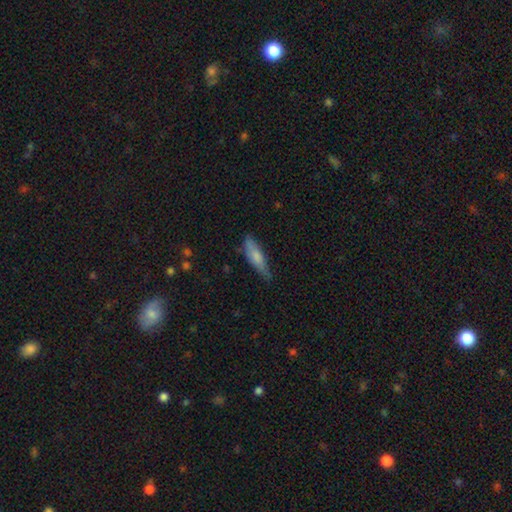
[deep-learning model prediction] This appears to be a smooth galaxy with no disk features (72%) that is cigar-shaped (60%). Merging: none (58%).